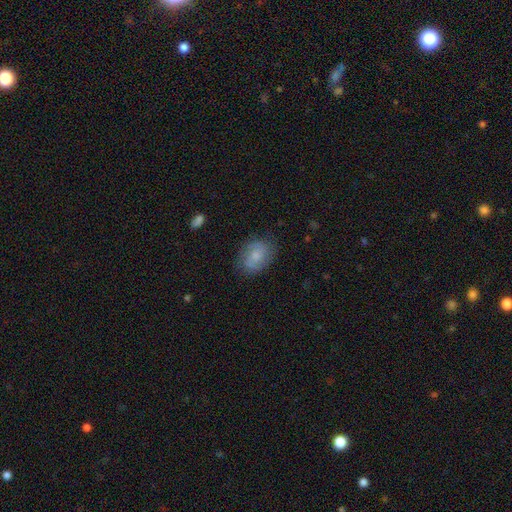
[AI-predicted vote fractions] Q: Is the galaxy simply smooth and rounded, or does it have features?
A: smooth — 50%.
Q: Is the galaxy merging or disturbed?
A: none — 76%.